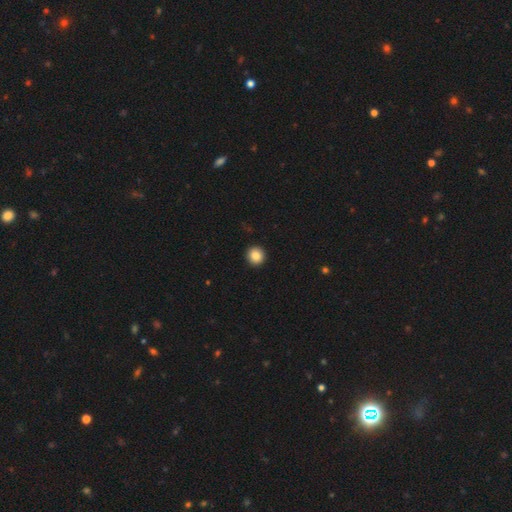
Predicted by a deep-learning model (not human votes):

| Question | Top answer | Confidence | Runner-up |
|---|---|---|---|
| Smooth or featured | smooth | 86% | star or artifact (9%) |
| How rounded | round | 94% | in between (5%) |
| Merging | none | 94% | minor disturbance (4%) |